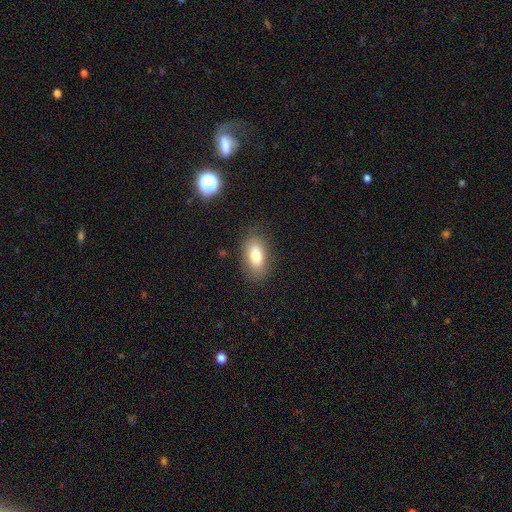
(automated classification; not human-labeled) Smooth or featured? smooth (77%)
How rounded? in between (89%)
Merging? none (84%)